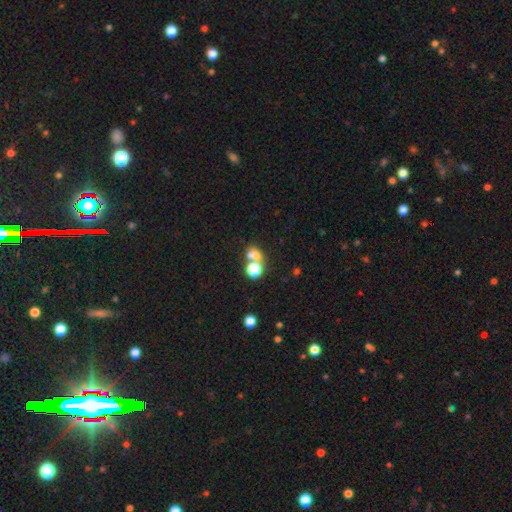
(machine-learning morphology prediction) A smooth galaxy with no disk features (65%) that is round (57%). Merging: merger (49%).